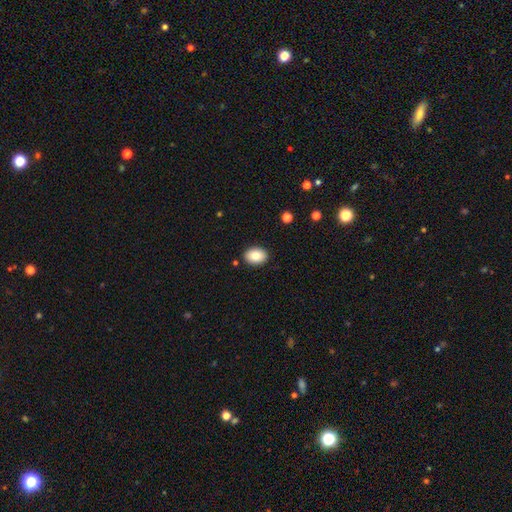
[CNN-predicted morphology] type=smooth (84%); roundness=in between (75%); merging=none (89%).